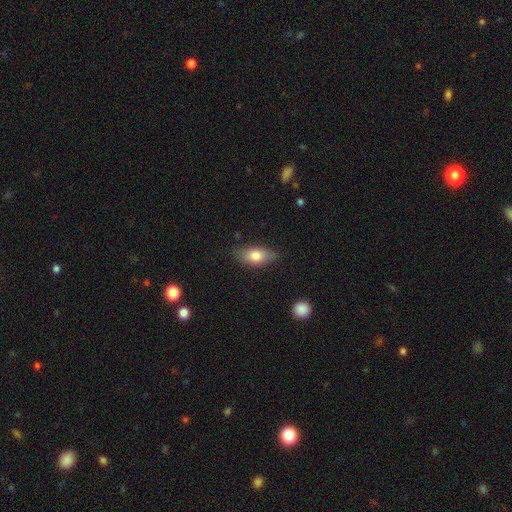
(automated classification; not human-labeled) Morphology: type=smooth (75%); roundness=in between (84%); merging=none (75%).